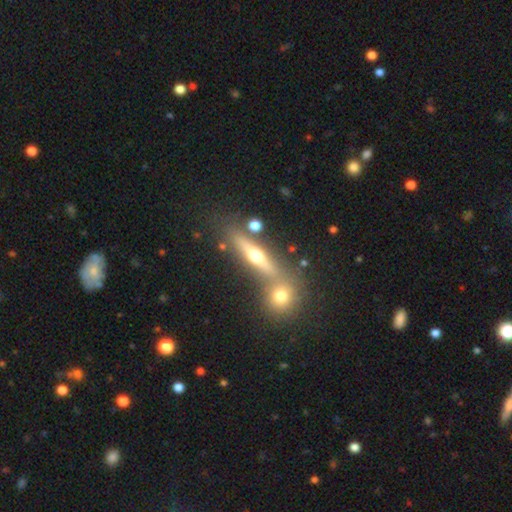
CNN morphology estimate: Overall: featured or disk (60%; smooth 31%). Edge-on disk: yes (89%). Edge-on bulge: rounded (95%). Merging: none (66%).